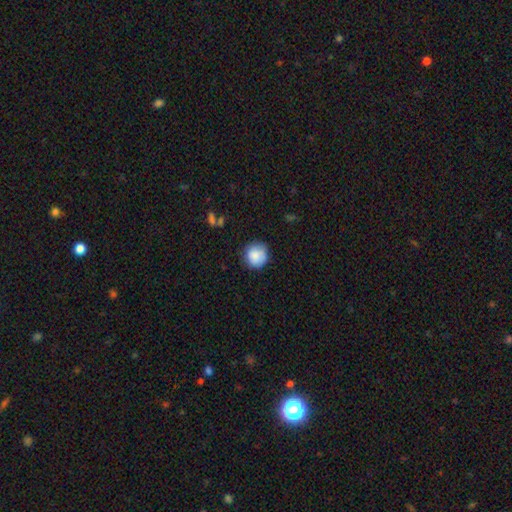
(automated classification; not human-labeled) Smooth or featured?
  - smooth: 83% *
  - featured or disk: 9%
  - star or artifact: 8%
How rounded?
  - round: 91% *
  - in between: 8%
  - cigar-shaped: 1%
Merging?
  - none: 75% *
  - minor disturbance: 19%
  - major disturbance: 4%
  - merger: 2%